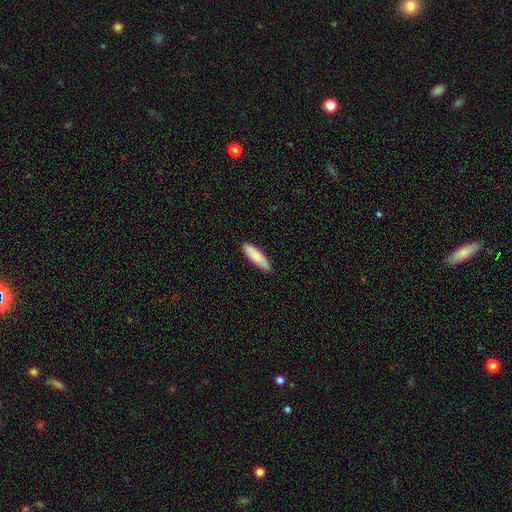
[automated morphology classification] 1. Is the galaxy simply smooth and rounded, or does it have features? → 87% smooth, 8% featured or disk, 5% star or artifact.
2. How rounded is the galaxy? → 59% cigar-shaped, 39% in between, 1% round.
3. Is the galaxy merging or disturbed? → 86% none, 11% minor disturbance, 2% major disturbance, 1% merger.